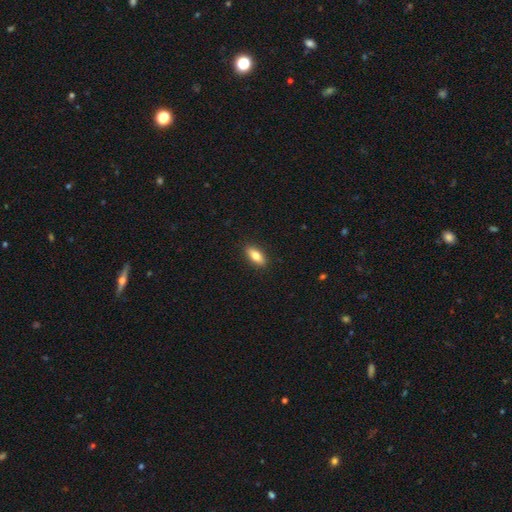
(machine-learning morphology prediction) Smooth or featured: smooth — 78% (featured or disk — 15%)
How rounded: in between — 81% (cigar-shaped — 15%)
Merging: none — 90% (minor disturbance — 7%)